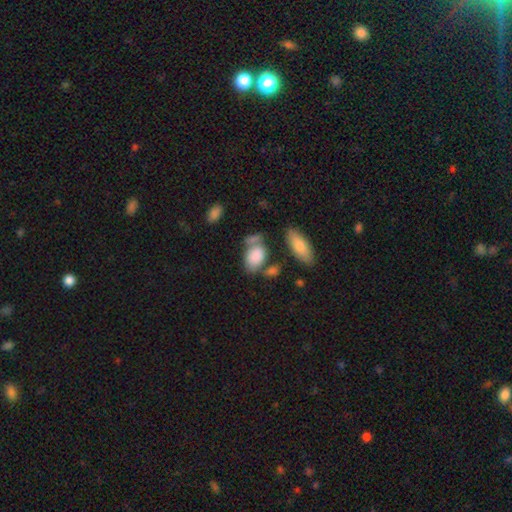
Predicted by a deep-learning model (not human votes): smooth_or_featured: smooth (p=0.83) [alt: featured or disk p=0.10]
how_rounded: in between (p=0.87) [alt: round p=0.11]
merging: none (p=0.44) [alt: merger p=0.28]